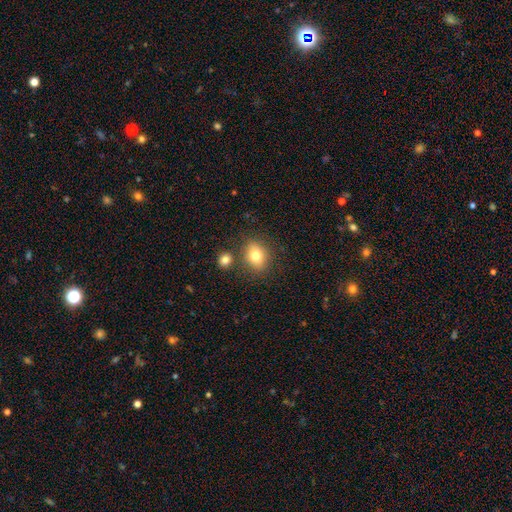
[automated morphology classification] This is likely a smooth galaxy (78%). How rounded: possibly in between (60%). Merging: likely none (74%).